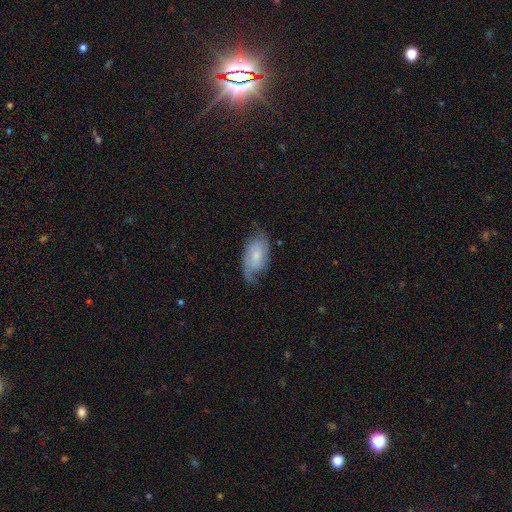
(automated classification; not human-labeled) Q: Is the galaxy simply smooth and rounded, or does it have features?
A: featured or disk — 51%.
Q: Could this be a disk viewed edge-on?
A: no — 93%.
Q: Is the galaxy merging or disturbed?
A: none — 55%.